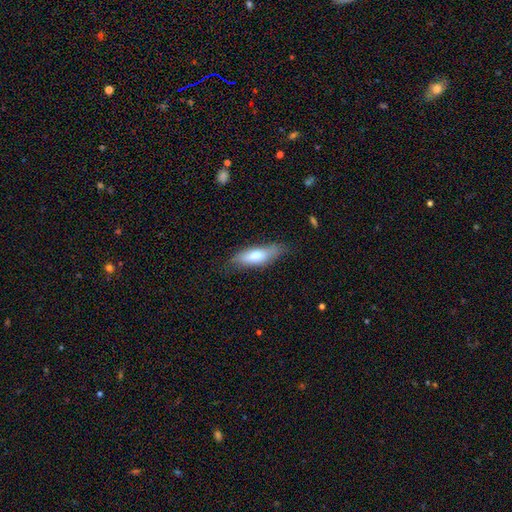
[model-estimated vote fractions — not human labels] This is likely a smooth galaxy (69%). How rounded: possibly in between (54%). Merging: likely none (70%).